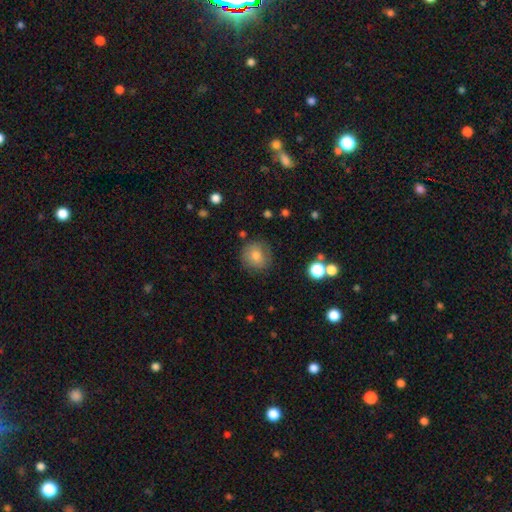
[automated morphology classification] Smooth or featured? Predicted: smooth (p=0.77). How rounded? Predicted: round (p=0.89). Merging? Predicted: none (p=0.84).